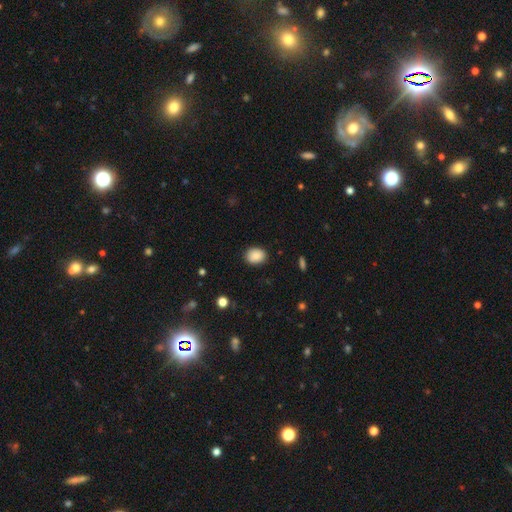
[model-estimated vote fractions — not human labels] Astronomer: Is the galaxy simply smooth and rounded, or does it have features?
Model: smooth — 88%.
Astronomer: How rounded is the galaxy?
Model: in between — 61% (runner-up: round, 38%).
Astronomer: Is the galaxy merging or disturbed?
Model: none — 88%.